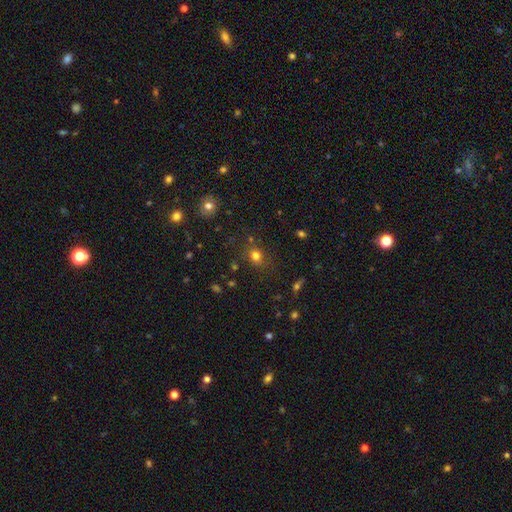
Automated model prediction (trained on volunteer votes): smooth 76%, star or artifact 17%, featured or disk 7%. Down the decision tree: how rounded — round (69%); merging — none (79%).